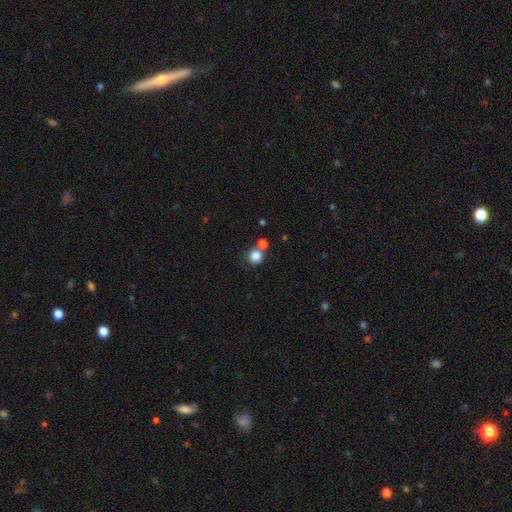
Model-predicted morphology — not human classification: smooth-or-featured: smooth: 83% | star or artifact: 11% | featured or disk: 6%
  how-rounded: round: 89% | in between: 10% | cigar-shaped: 1%
  merging: none: 63% | merger: 24% | minor disturbance: 9% | major disturbance: 4%